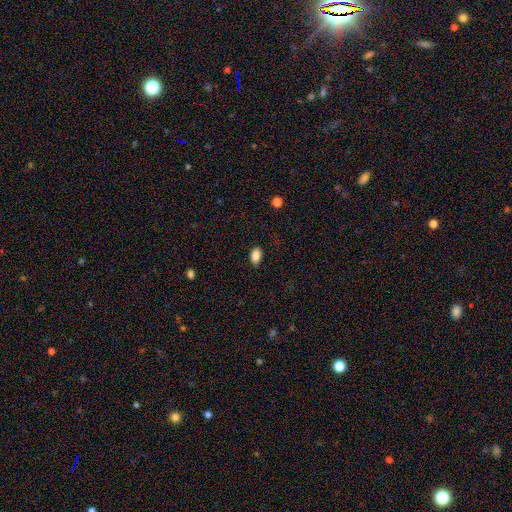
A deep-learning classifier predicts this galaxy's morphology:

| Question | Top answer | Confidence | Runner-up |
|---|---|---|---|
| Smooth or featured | smooth | 86% | star or artifact (9%) |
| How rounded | in between | 89% | round (10%) |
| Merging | none | 85% | minor disturbance (12%) |